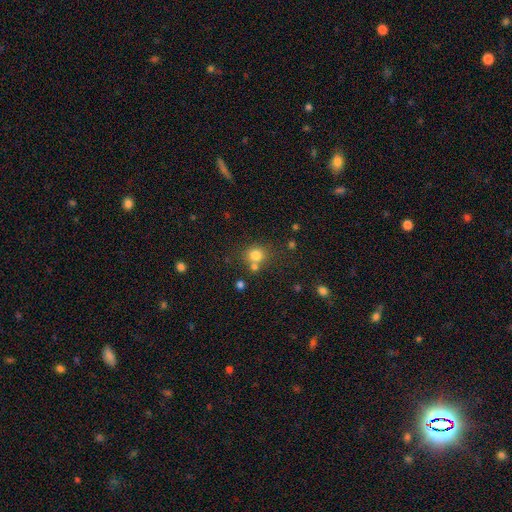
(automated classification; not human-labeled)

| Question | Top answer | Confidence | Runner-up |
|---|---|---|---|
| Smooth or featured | smooth | 78% | star or artifact (14%) |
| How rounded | round | 82% | in between (17%) |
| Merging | none | 61% | merger (25%) |